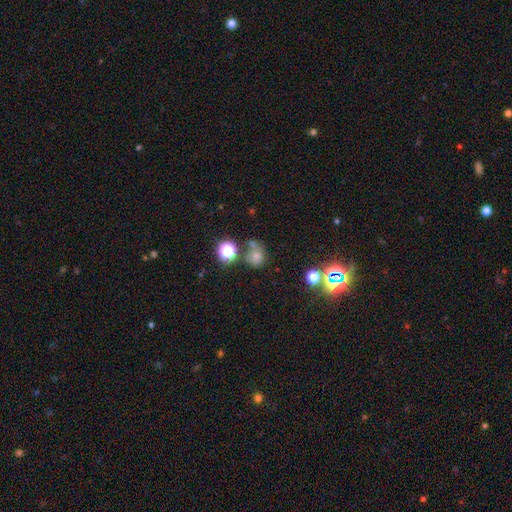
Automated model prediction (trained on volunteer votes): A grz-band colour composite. It shows a smooth galaxy with no disk features (68%) that is round (73%). Merging: none (52%).